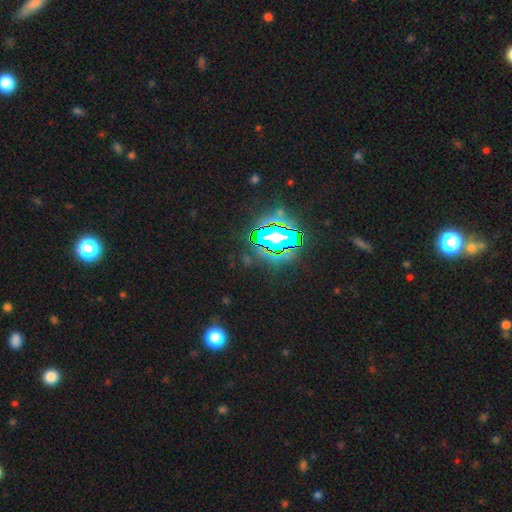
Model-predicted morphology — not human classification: Overall: star or artifact (82%).